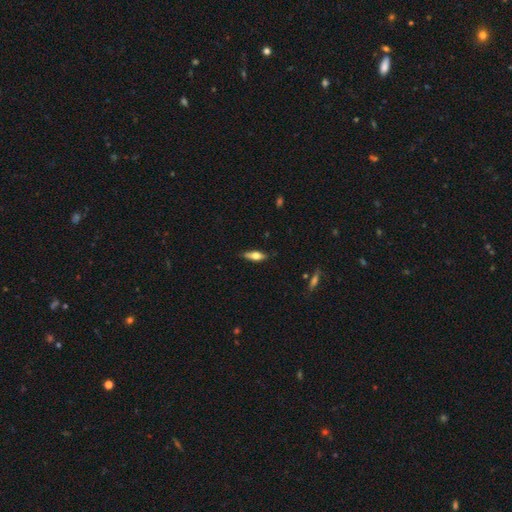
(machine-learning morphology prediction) A smooth galaxy with no disk features (54%) that is in between round and cigar-shaped (56%).

Vote fractions:
- Smooth or featured? smooth: 54% / featured or disk: 40% / star or artifact: 7%
- How rounded? in between: 56% / cigar-shaped: 41% / round: 3%
- Merging? none: 81% / minor disturbance: 15% / major disturbance: 3% / merger: 1%